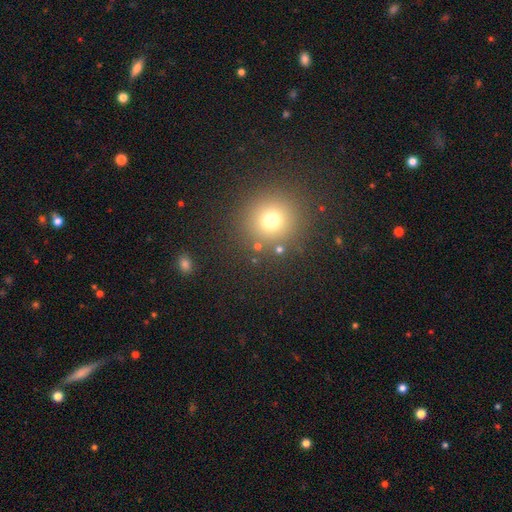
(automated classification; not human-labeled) A smooth galaxy with no disk features (57%) that is round (93%).

Vote fractions:
- Smooth or featured? smooth: 57% / star or artifact: 36% / featured or disk: 8%
- How rounded? round: 93% / in between: 6% / cigar-shaped: 1%
- Merging? none: 89% / minor disturbance: 6% / merger: 3% / major disturbance: 2%